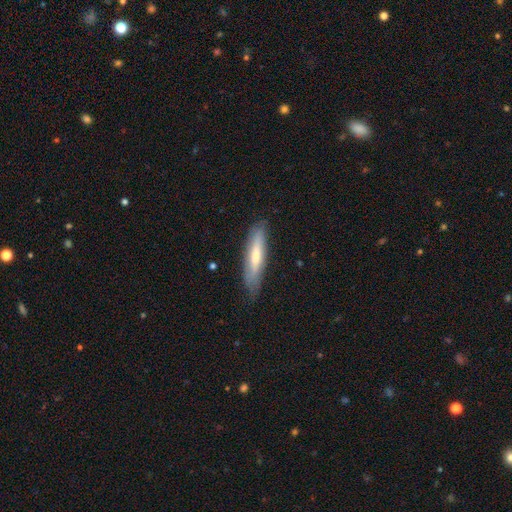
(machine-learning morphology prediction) This appears to be a smooth galaxy with no disk features (62%) that is cigar-shaped (79%). Merging: none (78%).